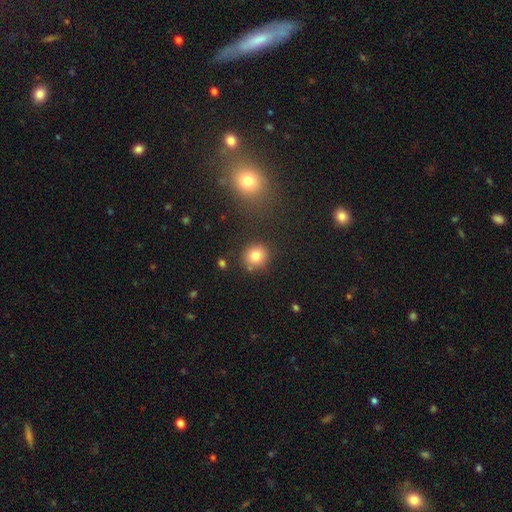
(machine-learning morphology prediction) A smooth galaxy with no disk features (81%) that is round (87%). Merging: none (82%).